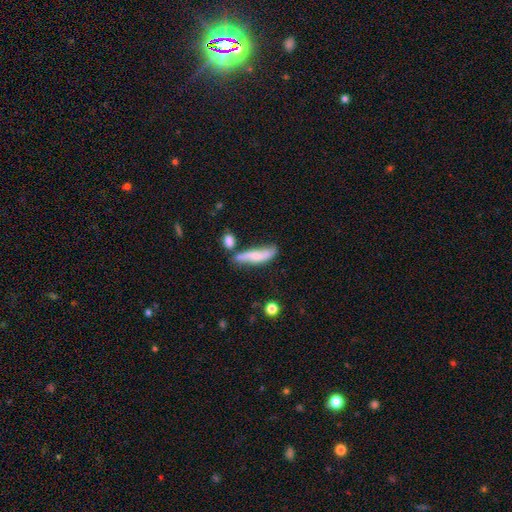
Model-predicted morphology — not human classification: smooth-or-featured: featured or disk: 47% | smooth: 46% | star or artifact: 7%
  merging: none: 44% | minor disturbance: 25% | merger: 20% | major disturbance: 11%